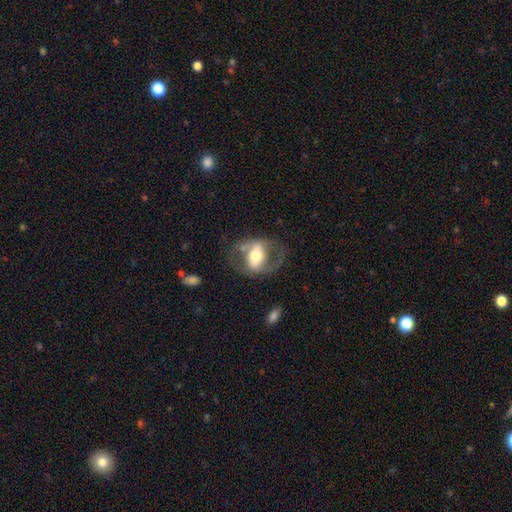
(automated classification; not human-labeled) Overall: featured or disk (69%). Edge-on disk: no (92%). Bar: strong (51%; weak 29%). Spiral arms: yes (66%; no 34%). Bulge size: moderate (56%; large 25%). Merging: none (62%).